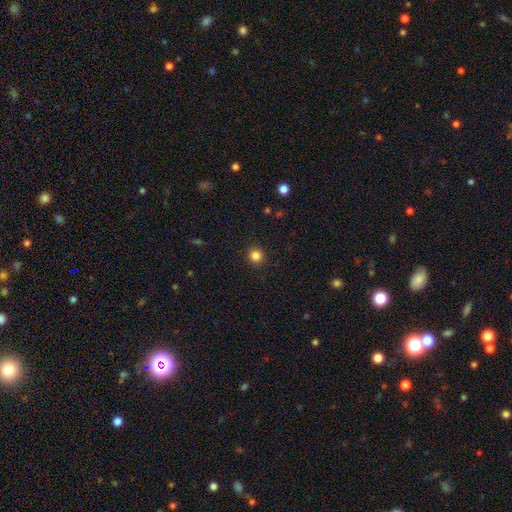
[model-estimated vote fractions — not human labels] This is clearly a smooth galaxy (84%). How rounded: clearly round (93%). Merging: clearly none (92%).